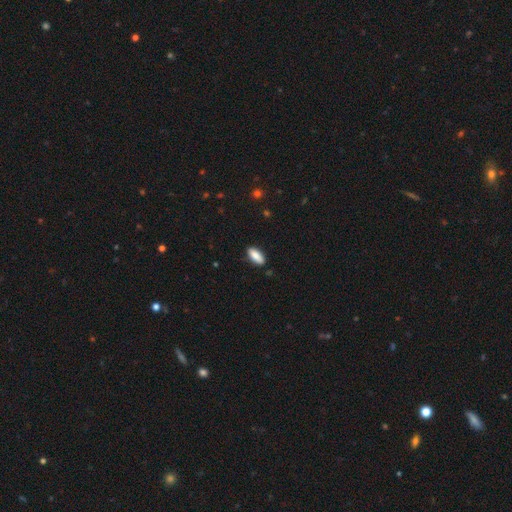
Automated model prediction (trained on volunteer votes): Smooth or featured: smooth — 86% (featured or disk — 8%)
How rounded: in between — 81% (cigar-shaped — 17%)
Merging: none — 87% (minor disturbance — 10%)